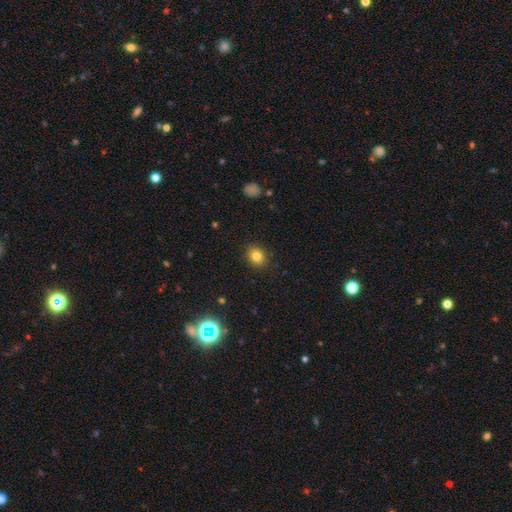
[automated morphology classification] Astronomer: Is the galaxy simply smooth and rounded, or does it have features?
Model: smooth — 82%.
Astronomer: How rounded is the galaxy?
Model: round — 65%.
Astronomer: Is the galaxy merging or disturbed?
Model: none — 89%.